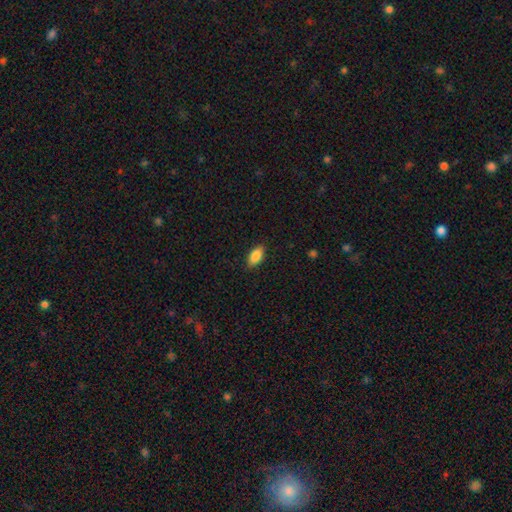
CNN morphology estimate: Smooth or featured? smooth (87%)
How rounded? in between (91%)
Merging? none (87%)